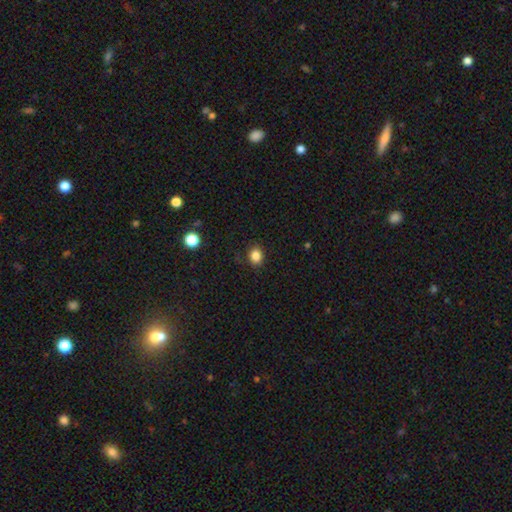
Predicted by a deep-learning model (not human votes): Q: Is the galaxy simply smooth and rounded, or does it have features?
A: smooth — 84%.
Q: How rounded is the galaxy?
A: round — 54%.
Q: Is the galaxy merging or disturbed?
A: none — 86%.